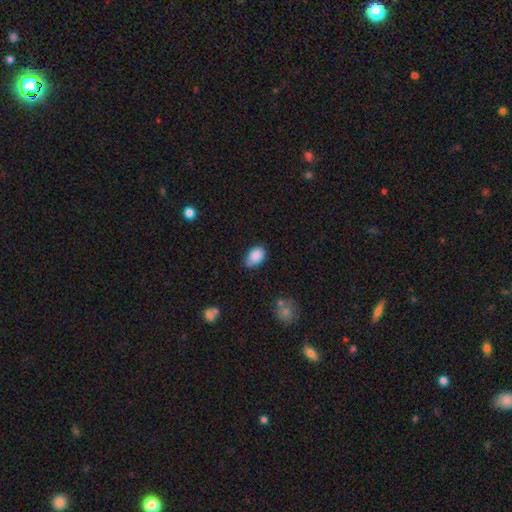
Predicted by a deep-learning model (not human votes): smooth-or-featured: smooth: 87% | star or artifact: 8% | featured or disk: 6%
  how-rounded: in between: 86% | round: 13% | cigar-shaped: 1%
  merging: none: 60% | minor disturbance: 32% | major disturbance: 5% | merger: 3%